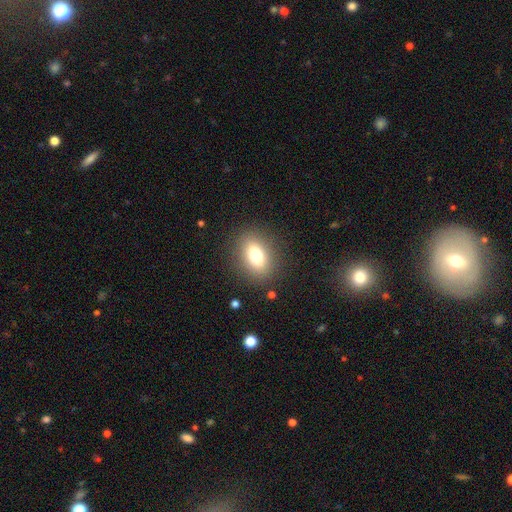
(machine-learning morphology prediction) Overall: smooth (75%). How rounded: in between (70%). Merging: none (86%).